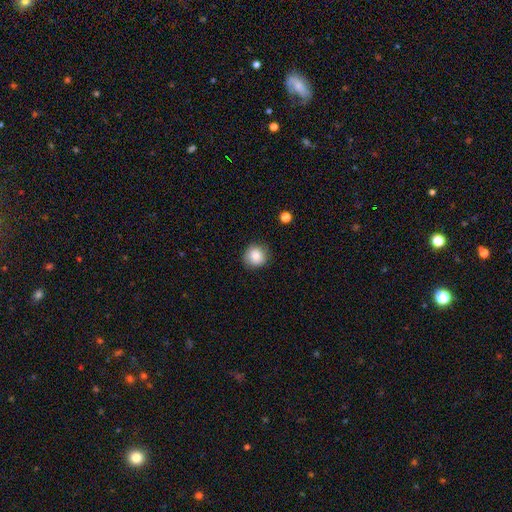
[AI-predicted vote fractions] Smooth or featured?
  - smooth: 83% *
  - star or artifact: 9%
  - featured or disk: 8%
How rounded?
  - round: 92% *
  - in between: 7%
  - cigar-shaped: 1%
Merging?
  - none: 87% *
  - minor disturbance: 9%
  - major disturbance: 2%
  - merger: 1%